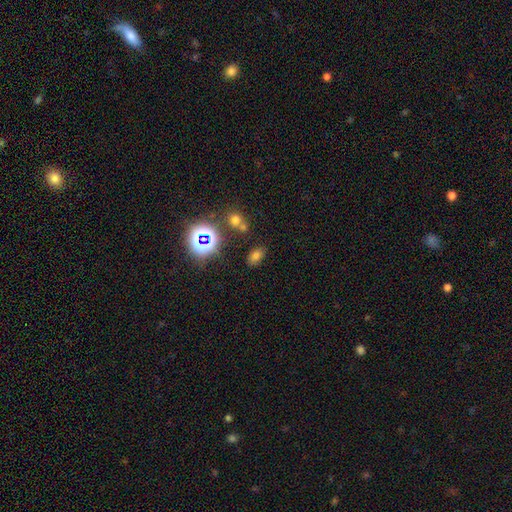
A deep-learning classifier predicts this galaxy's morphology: smooth_or_featured: smooth (p=0.64) [alt: star or artifact p=0.27]
how_rounded: in between (p=0.84) [alt: round p=0.13]
merging: none (p=0.77) [alt: minor disturbance p=0.12]